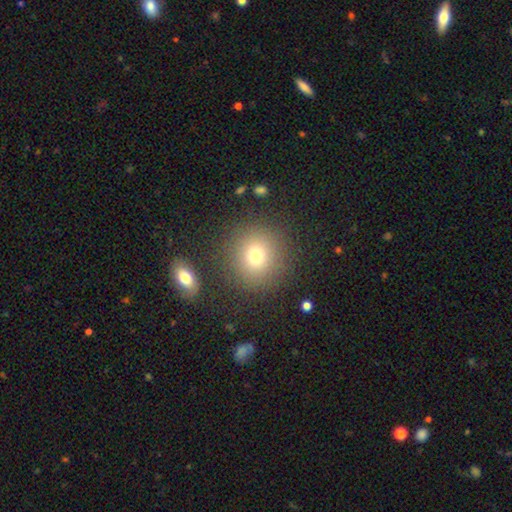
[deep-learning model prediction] A smooth galaxy with no disk features (74%) that is round (89%).

Vote fractions:
- Smooth or featured? smooth: 74% / star or artifact: 15% / featured or disk: 11%
- How rounded? round: 89% / in between: 10% / cigar-shaped: 1%
- Merging? none: 86% / minor disturbance: 7% / major disturbance: 4% / merger: 4%